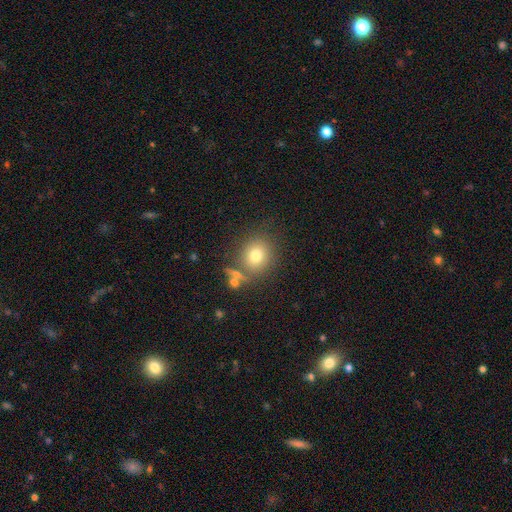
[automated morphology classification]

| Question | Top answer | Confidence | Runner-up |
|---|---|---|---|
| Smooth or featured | smooth | 75% | star or artifact (14%) |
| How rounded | round | 79% | in between (20%) |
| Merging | none | 72% | minor disturbance (12%) |